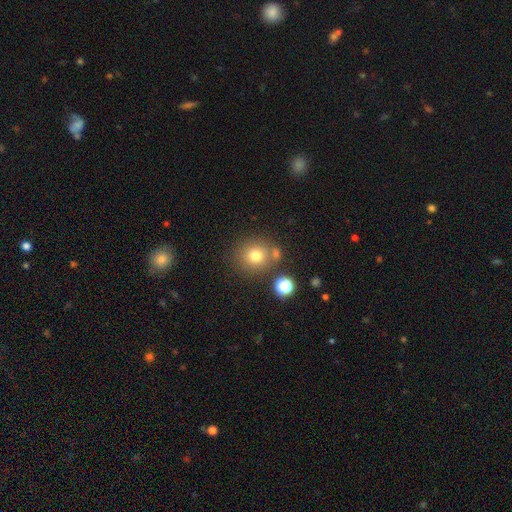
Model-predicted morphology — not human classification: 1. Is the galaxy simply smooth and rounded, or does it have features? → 75% smooth, 14% star or artifact, 11% featured or disk.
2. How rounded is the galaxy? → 88% round, 11% in between, 1% cigar-shaped.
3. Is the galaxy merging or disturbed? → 72% none, 14% merger, 10% minor disturbance, 4% major disturbance.